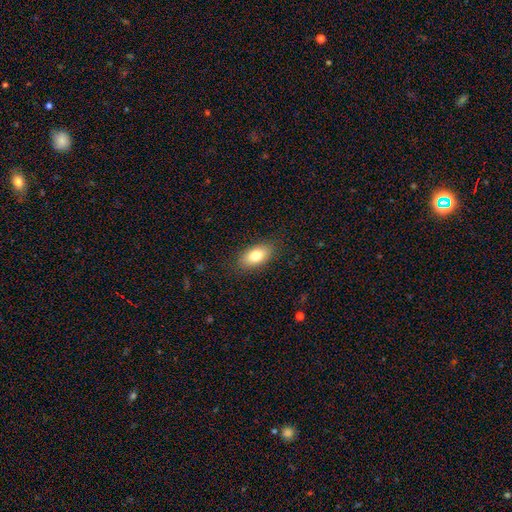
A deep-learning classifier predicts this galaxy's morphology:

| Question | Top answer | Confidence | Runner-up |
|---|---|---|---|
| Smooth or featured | smooth | 80% | featured or disk (13%) |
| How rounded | in between | 90% | round (5%) |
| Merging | none | 86% | minor disturbance (11%) |